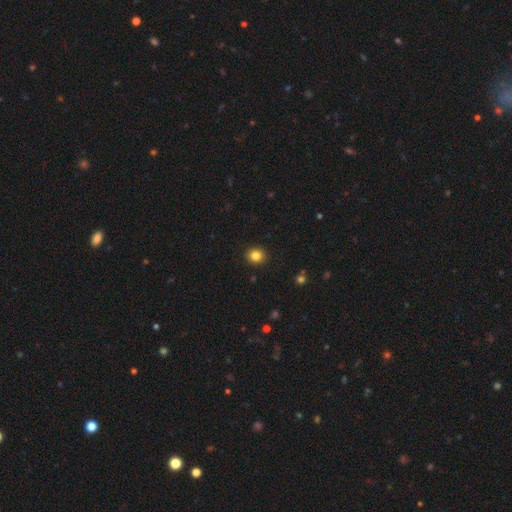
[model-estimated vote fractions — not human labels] Morphology: type=smooth (83%); roundness=round (82%); merging=none (92%).